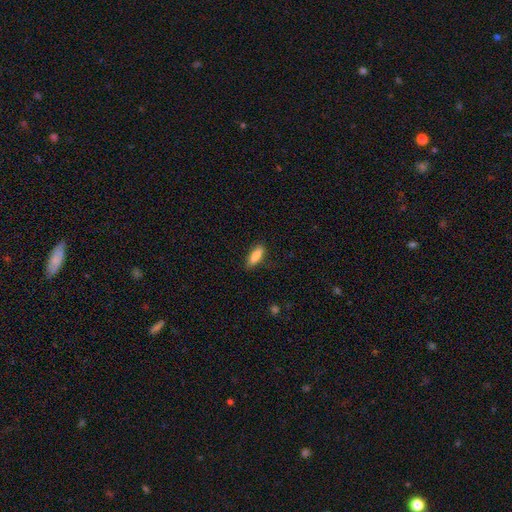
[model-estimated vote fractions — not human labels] This is clearly a smooth galaxy (83%). How rounded: possibly in between (57%). Merging: clearly none (81%).